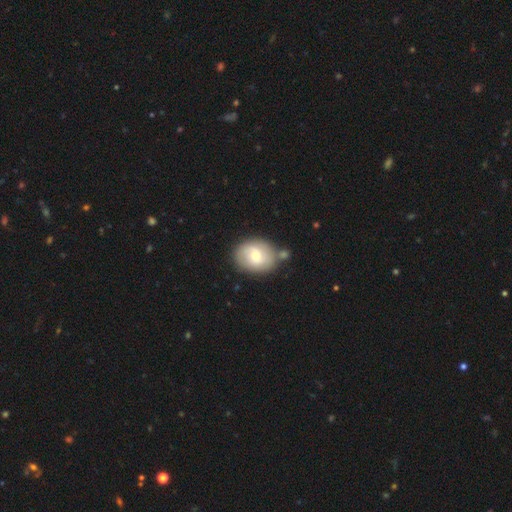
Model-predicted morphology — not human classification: A smooth galaxy with no disk features (59%) that is in between round and cigar-shaped (53%). Merging: none (65%).